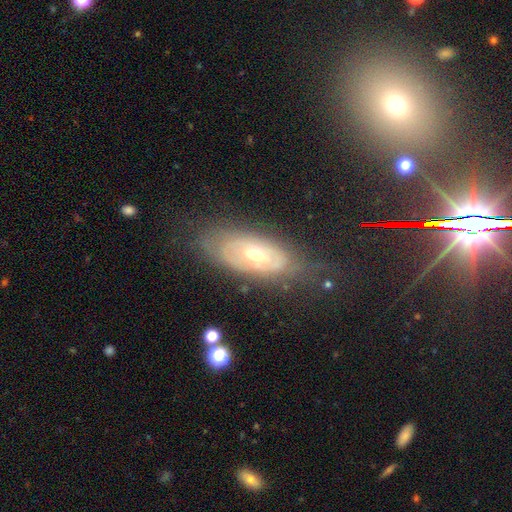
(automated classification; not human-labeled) The model was most divided on "spiral arms": yes: 55%, no: 45%. More confident: edge-on disk — no (87%); bar — no (73%); bulge size — moderate (68%); smooth or featured — featured or disk (66%); merging — none (62%).